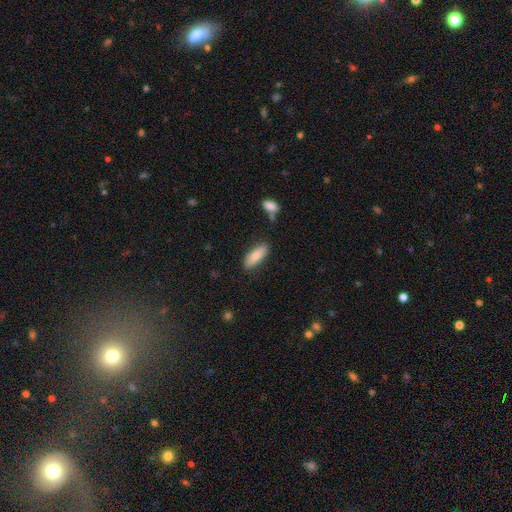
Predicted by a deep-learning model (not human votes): The model was most divided on "how rounded": in between: 67%, cigar-shaped: 31%, round: 2%. More confident: smooth or featured — smooth (85%); merging — none (83%).